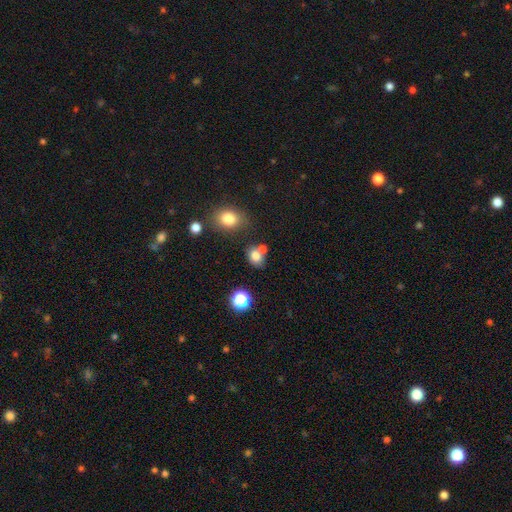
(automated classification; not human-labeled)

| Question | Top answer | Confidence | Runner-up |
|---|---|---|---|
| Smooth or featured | smooth | 77% | star or artifact (14%) |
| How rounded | round | 54% | in between (45%) |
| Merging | none | 51% | merger (31%) |